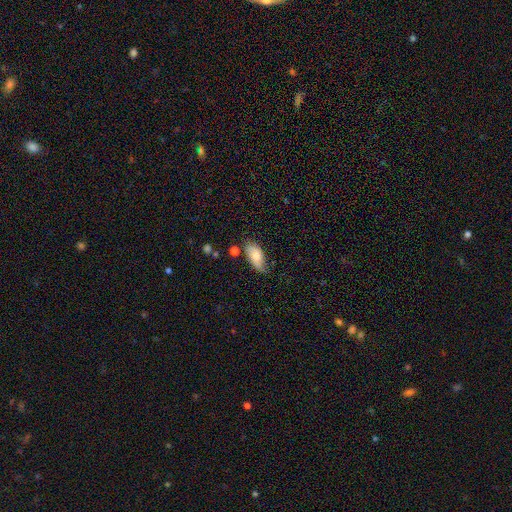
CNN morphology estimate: A smooth galaxy with no disk features (66%) that is in between round and cigar-shaped (90%). Merging: none (50%).